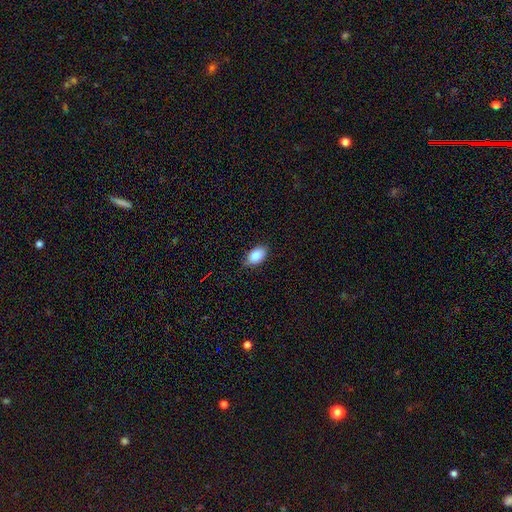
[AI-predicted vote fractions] smooth-or-featured: smooth: 87% | star or artifact: 7% | featured or disk: 6%
  how-rounded: in between: 92% | round: 6% | cigar-shaped: 2%
  merging: none: 81% | minor disturbance: 15% | major disturbance: 3% | merger: 1%